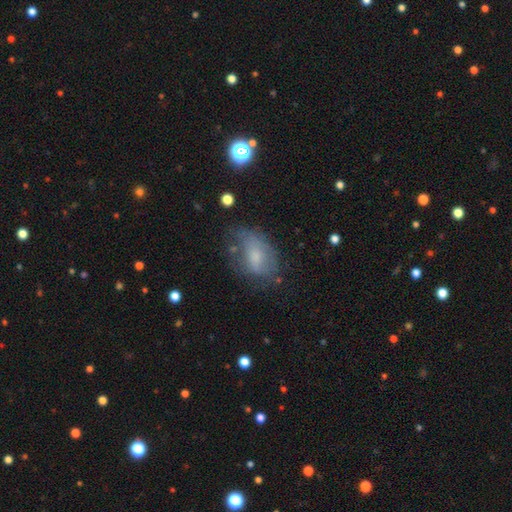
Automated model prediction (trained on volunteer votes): A smooth galaxy with no disk features (57%) that is in between round and cigar-shaped (86%). Merging: none (42%).